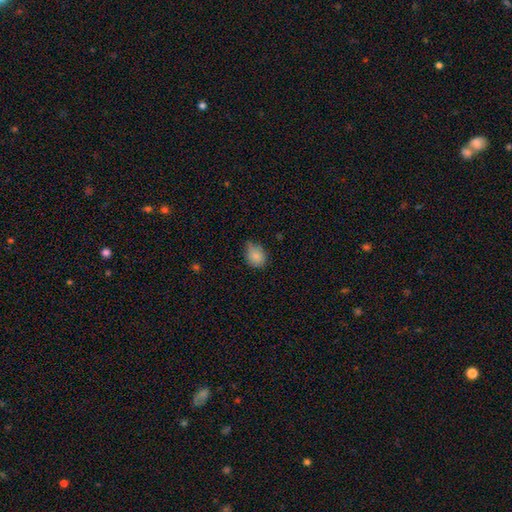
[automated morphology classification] Smooth or featured? Predicted: smooth (p=0.83). How rounded? Predicted: round (p=0.55). Merging? Predicted: none (p=0.52).